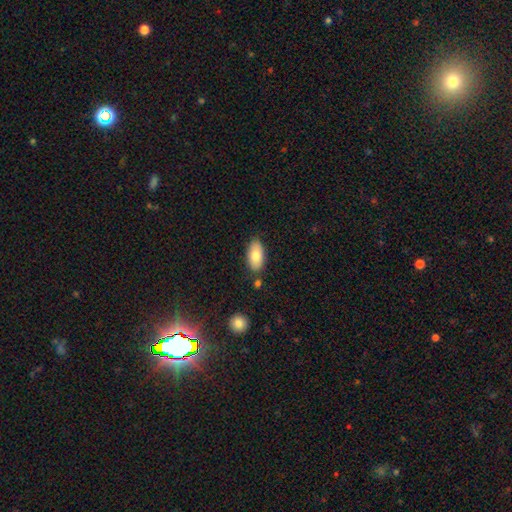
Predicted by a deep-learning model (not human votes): Smooth or featured? Predicted: smooth (p=0.82). How rounded? Predicted: in between (p=0.93). Merging? Predicted: none (p=0.81).